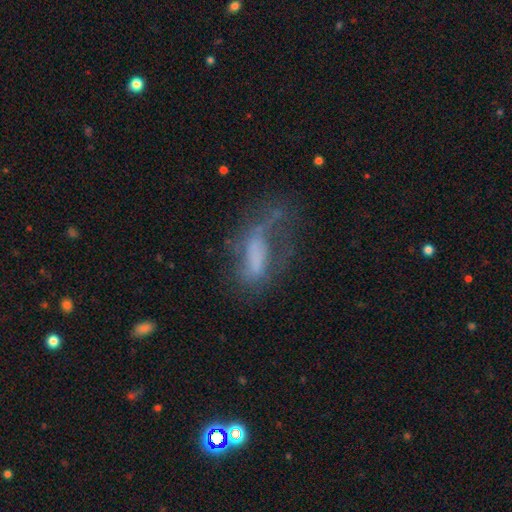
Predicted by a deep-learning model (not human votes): smooth_or_featured: featured or disk (p=0.49) [alt: smooth p=0.38]
merging: major disturbance (p=0.44) [alt: none p=0.30]